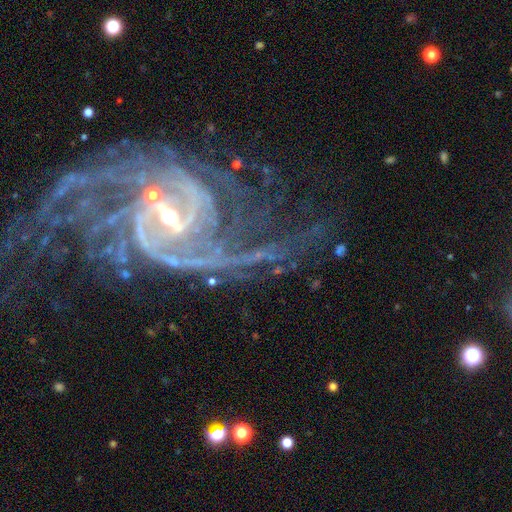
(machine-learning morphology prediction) Overall: featured or disk (88%). Edge-on disk: no (96%). Bar: strong (49%; weak 35%). Spiral arms: yes (95%). Spiral arm count: 2 (38%; can't tell 19%). Spiral winding: tight (42%; medium 40%). Bulge size: small (47%; moderate 46%). Merging: none (46%; major disturbance 29%).